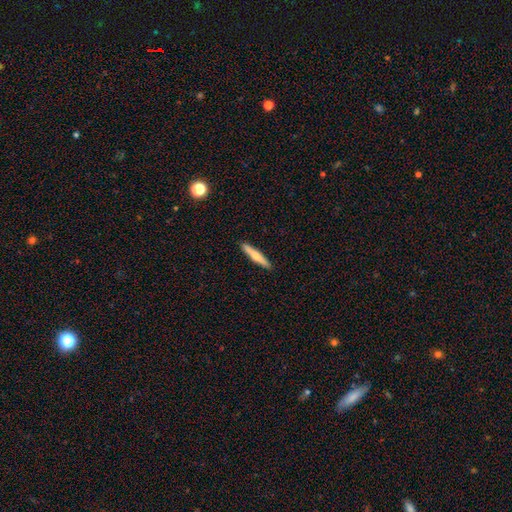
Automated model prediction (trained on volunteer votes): A smooth galaxy with no disk features (54%) that is cigar-shaped (92%). Merging: none (91%).